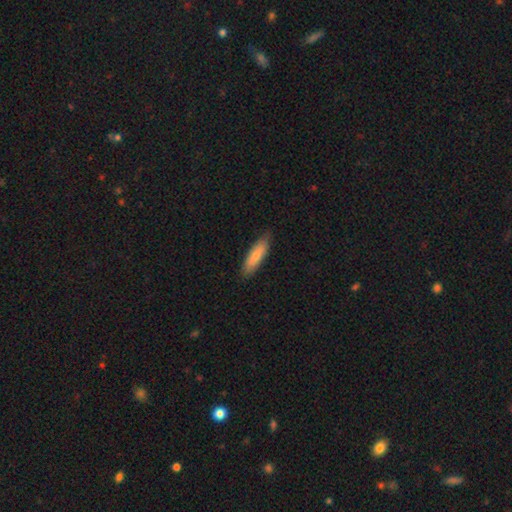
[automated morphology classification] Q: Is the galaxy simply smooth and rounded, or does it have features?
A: smooth — 79%.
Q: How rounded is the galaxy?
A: cigar-shaped — 60%.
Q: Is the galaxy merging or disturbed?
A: none — 83%.